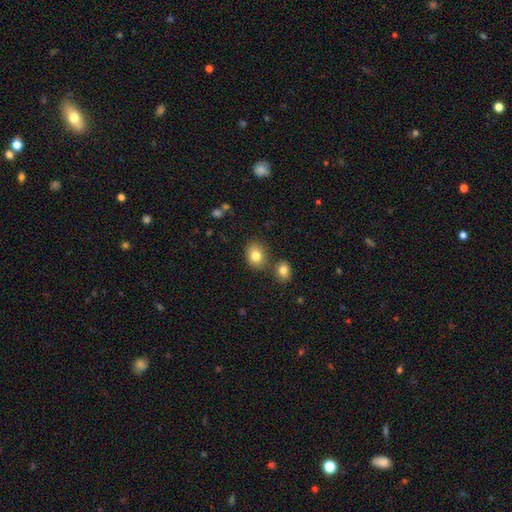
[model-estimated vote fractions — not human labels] The model was most divided on "how rounded": round: 52%, in between: 47%, cigar-shaped: 1%. More confident: smooth or featured — smooth (81%); merging — none (74%).